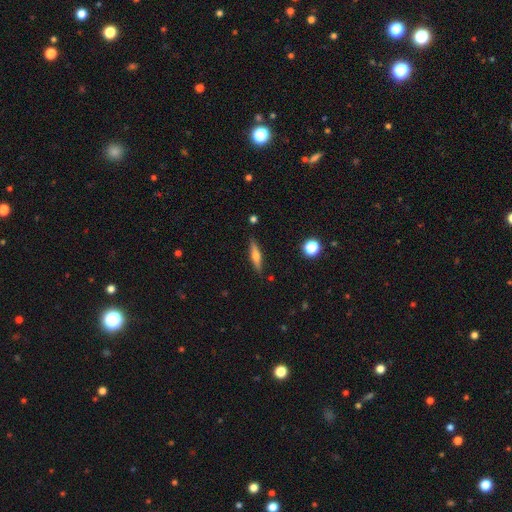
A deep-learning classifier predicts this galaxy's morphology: Q: Smooth or featured?
A: featured or disk (49%); runner-up: smooth (44%)
Q: Merging?
A: none (87%); runner-up: minor disturbance (9%)